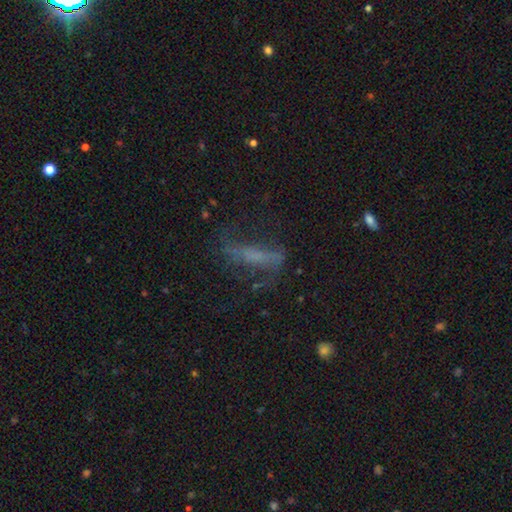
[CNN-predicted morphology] Smooth or featured? featured or disk (46%)
Merging? none (55%)